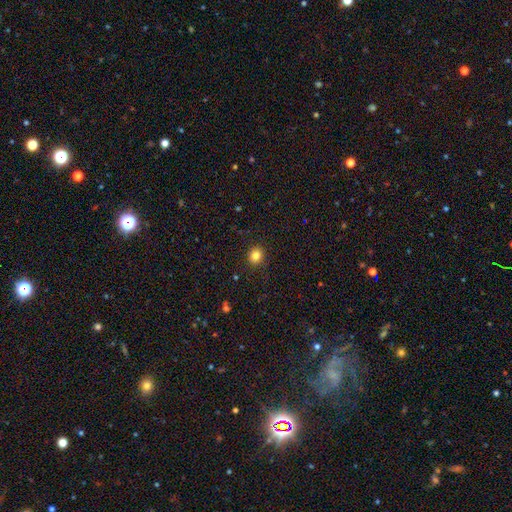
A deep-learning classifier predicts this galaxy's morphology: A smooth galaxy with no disk features (82%) that is round (83%). Merging: none (89%).